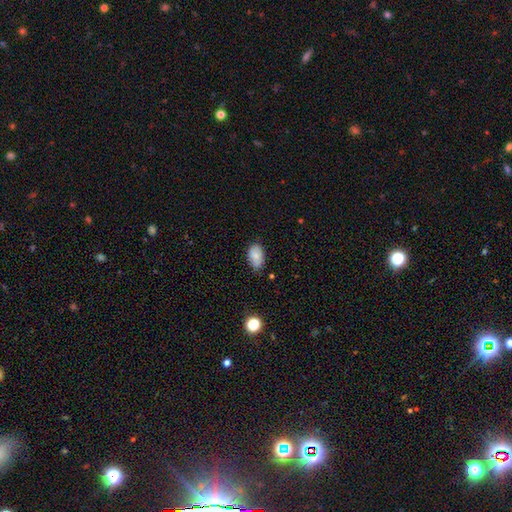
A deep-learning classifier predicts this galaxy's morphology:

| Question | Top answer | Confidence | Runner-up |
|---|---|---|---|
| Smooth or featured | smooth | 79% | featured or disk (12%) |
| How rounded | in between | 91% | round (7%) |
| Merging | none | 72% | minor disturbance (23%) |